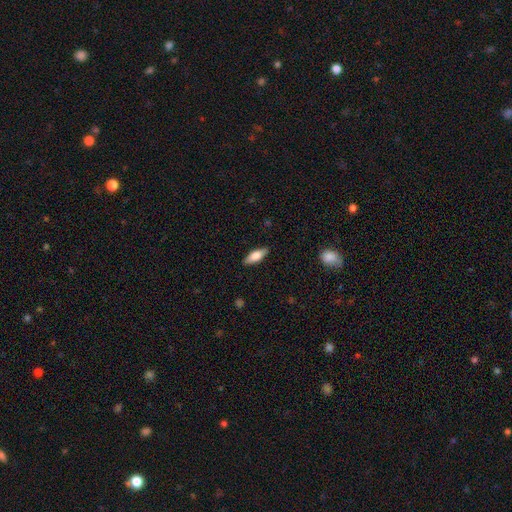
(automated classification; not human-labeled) Q: Smooth or featured?
A: smooth (70%); runner-up: featured or disk (24%)
Q: How rounded?
A: in between (67%); runner-up: cigar-shaped (30%)
Q: Merging?
A: none (87%); runner-up: minor disturbance (10%)